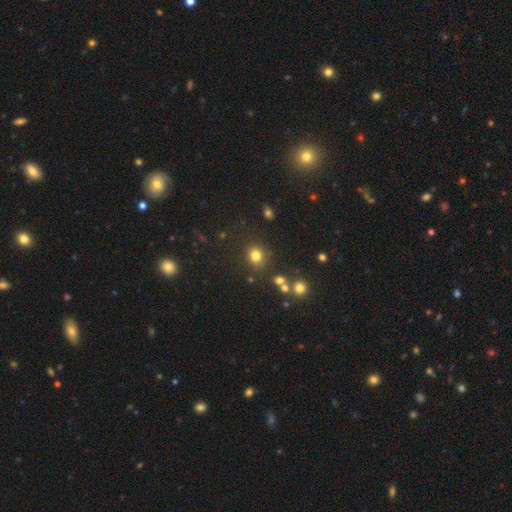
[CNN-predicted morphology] The model was most divided on "how rounded": round: 70%, in between: 29%, cigar-shaped: 1%. More confident: merging — none (79%); smooth or featured — smooth (77%).